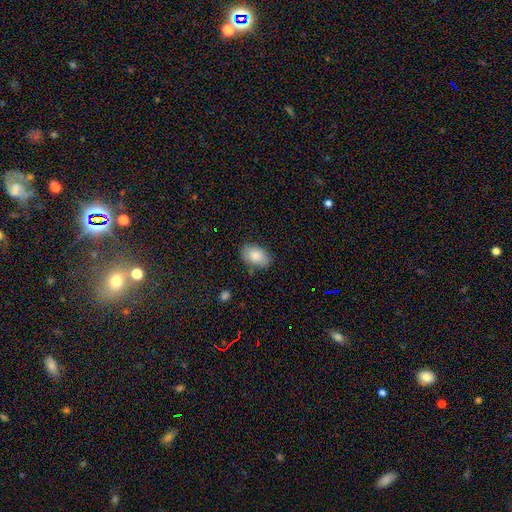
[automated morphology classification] Smooth or featured? smooth (85%)
How rounded? in between (88%)
Merging? none (81%)